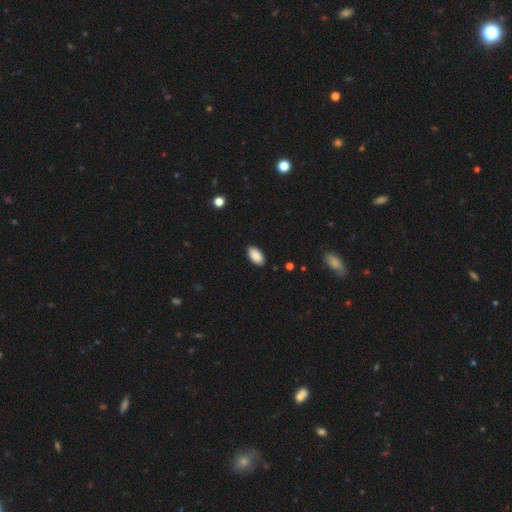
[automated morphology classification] The model was most divided on "merging": none: 89%, minor disturbance: 8%, major disturbance: 2%, merger: 1%. More confident: how rounded — in between (95%); smooth or featured — smooth (90%).